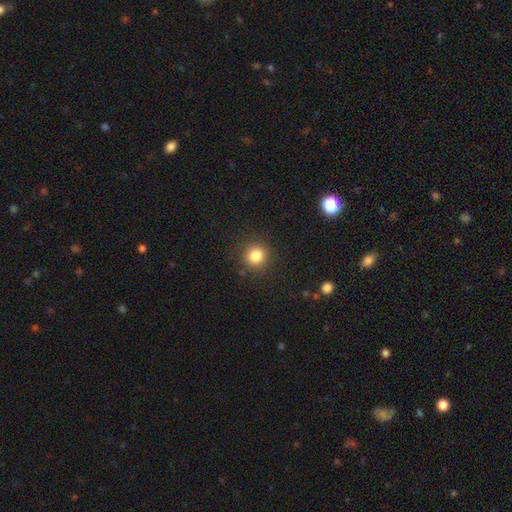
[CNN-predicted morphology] Smooth or featured?
  - smooth: 83% *
  - star or artifact: 12%
  - featured or disk: 5%
How rounded?
  - round: 91% *
  - in between: 8%
  - cigar-shaped: 1%
Merging?
  - none: 89% *
  - minor disturbance: 7%
  - major disturbance: 3%
  - merger: 1%